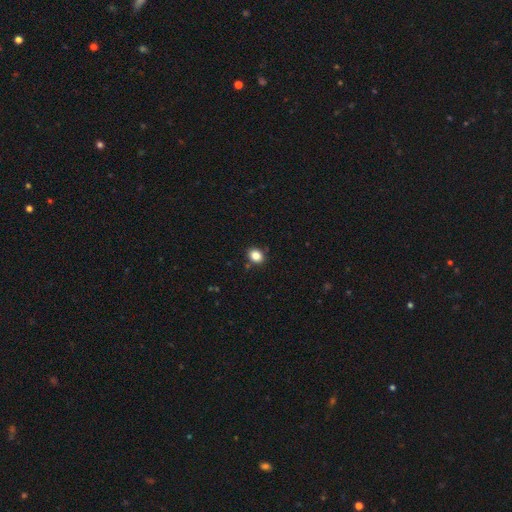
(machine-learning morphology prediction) Q: Smooth or featured?
A: smooth (85%); runner-up: star or artifact (11%)
Q: How rounded?
A: round (57%); runner-up: in between (42%)
Q: Merging?
A: none (86%); runner-up: minor disturbance (9%)